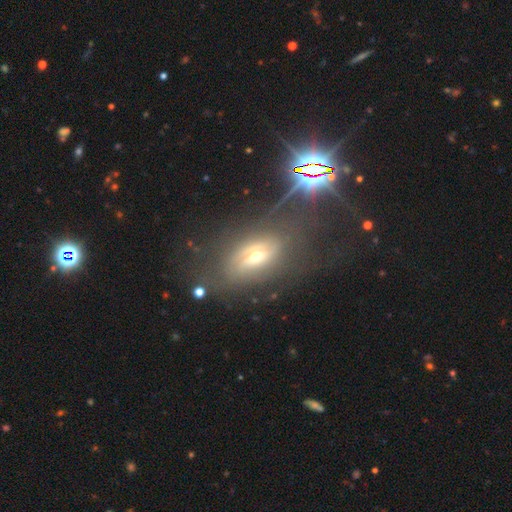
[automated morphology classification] type=featured or disk (54%); edge-on=no (78%); merging=none (61%).